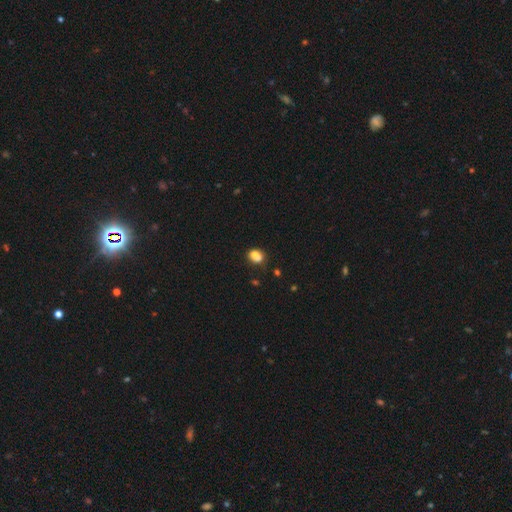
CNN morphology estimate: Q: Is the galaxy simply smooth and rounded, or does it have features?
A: smooth — 74%.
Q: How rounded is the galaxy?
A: round — 55%.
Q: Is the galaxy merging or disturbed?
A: merger — 44%.